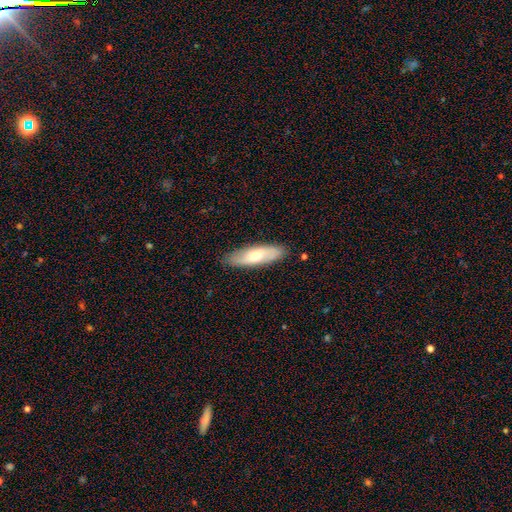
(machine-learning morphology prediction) Smooth or featured: smooth — 60% (featured or disk — 34%)
How rounded: in between — 50% (cigar-shaped — 48%)
Merging: none — 85% (minor disturbance — 12%)